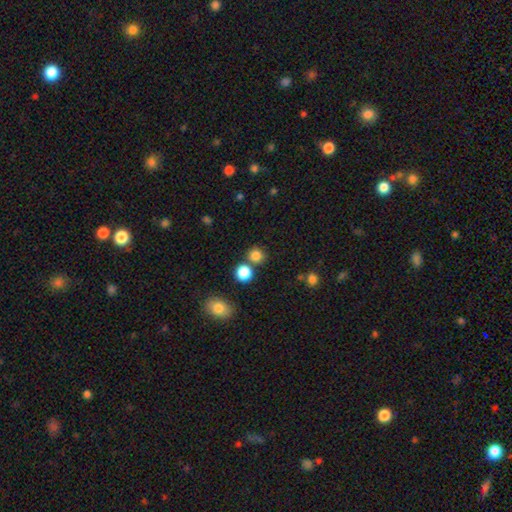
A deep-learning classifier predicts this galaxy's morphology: This appears to be a smooth galaxy with no disk features (81%) that is round (86%). Merging: none (70%).